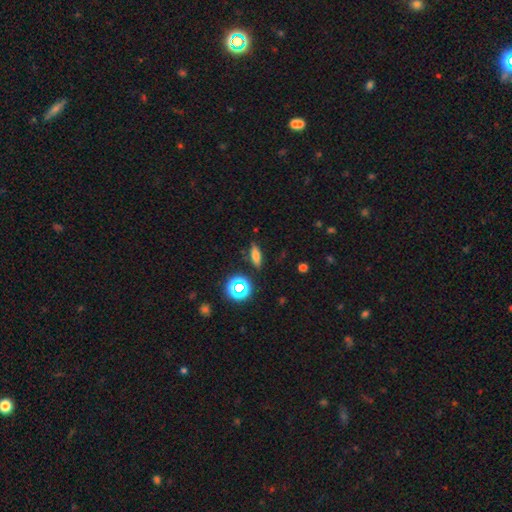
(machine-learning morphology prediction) Smooth or featured? Predicted: smooth (p=0.66). How rounded? Predicted: in between (p=0.54). Merging? Predicted: none (p=0.85).